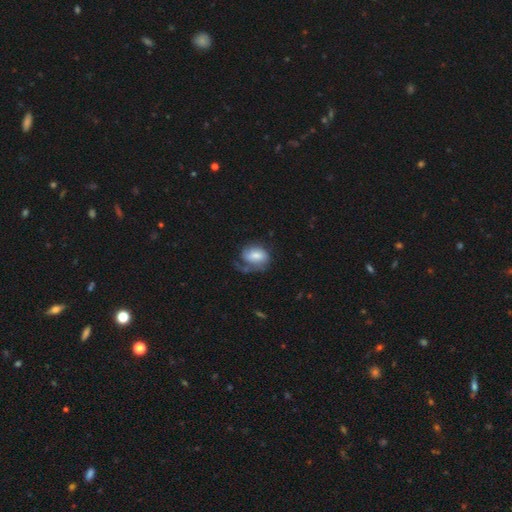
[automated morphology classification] This is possibly a smooth galaxy (54%). How rounded: likely in between (76%). Merging: marginally none (39%).